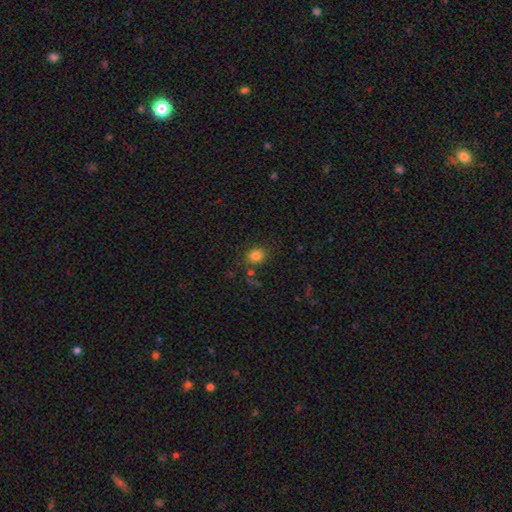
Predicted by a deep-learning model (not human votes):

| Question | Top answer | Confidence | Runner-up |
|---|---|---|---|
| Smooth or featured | smooth | 81% | star or artifact (13%) |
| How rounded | round | 71% | in between (28%) |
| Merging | none | 78% | minor disturbance (12%) |